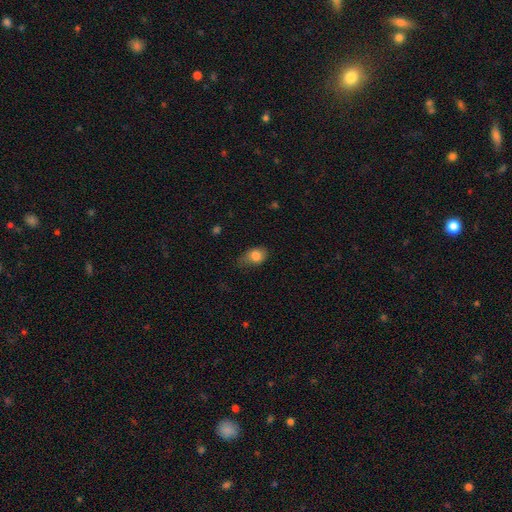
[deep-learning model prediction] Q: Smooth or featured?
A: smooth (83%); runner-up: featured or disk (9%)
Q: How rounded?
A: in between (70%); runner-up: round (28%)
Q: Merging?
A: none (40%); tied with: minor disturbance (40%)